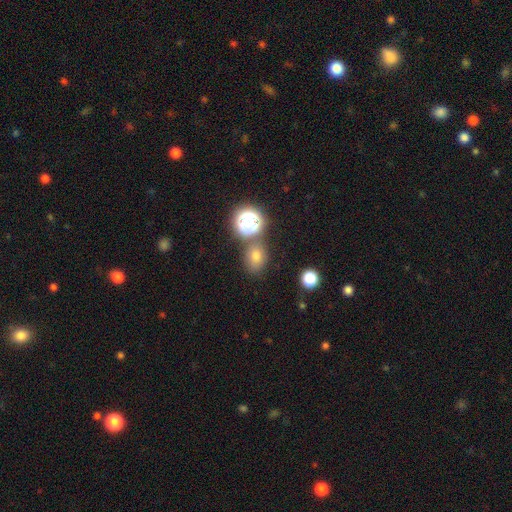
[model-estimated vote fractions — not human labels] Smooth or featured?
  - smooth: 69% *
  - star or artifact: 22%
  - featured or disk: 10%
How rounded?
  - in between: 51% *
  - round: 48%
  - cigar-shaped: 1%
Merging?
  - none: 73% *
  - minor disturbance: 12%
  - merger: 11%
  - major disturbance: 4%